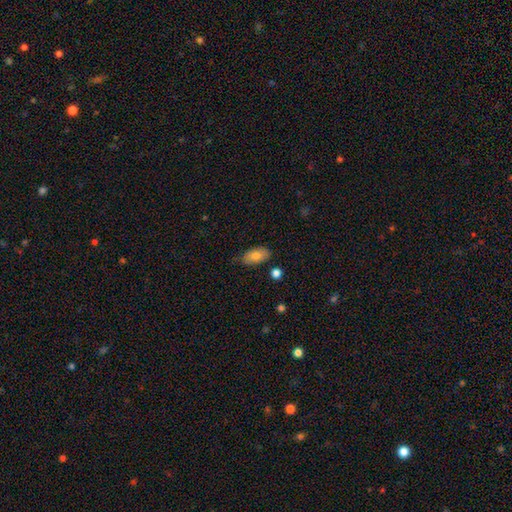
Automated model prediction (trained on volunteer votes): A smooth galaxy with no disk features (82%) that is in between round and cigar-shaped (92%). Merging: none (78%).